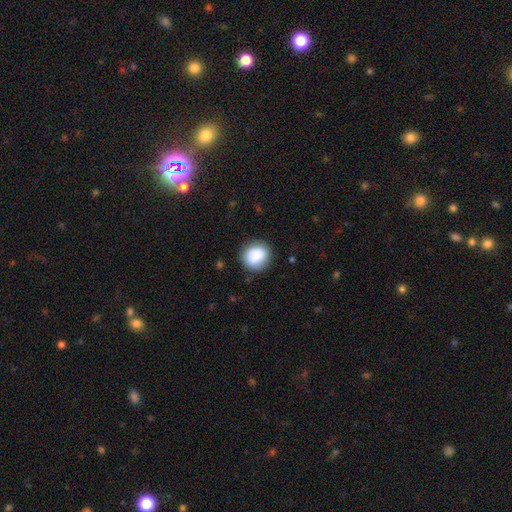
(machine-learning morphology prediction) Smooth or featured? smooth (87%)
How rounded? round (78%)
Merging? none (83%)